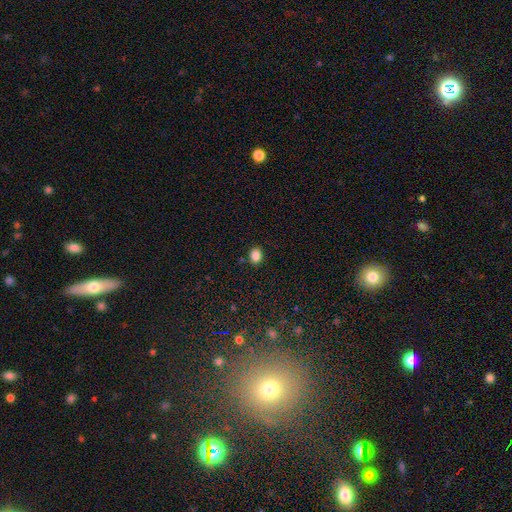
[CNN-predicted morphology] Smooth or featured: smooth — 86% (star or artifact — 11%)
How rounded: in between — 54% (round — 45%)
Merging: none — 88% (minor disturbance — 8%)